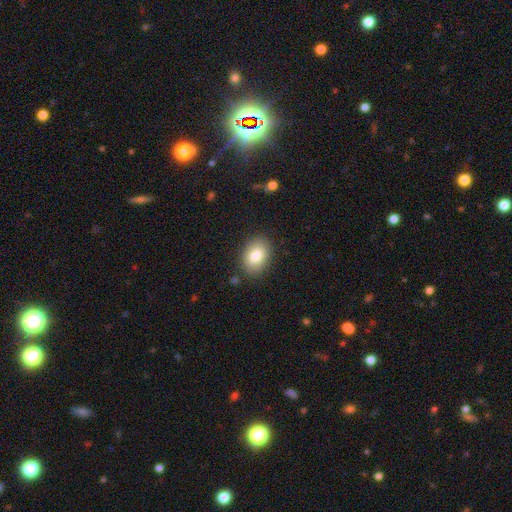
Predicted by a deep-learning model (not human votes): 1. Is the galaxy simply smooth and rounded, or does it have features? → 84% smooth, 9% featured or disk, 8% star or artifact.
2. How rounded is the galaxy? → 81% in between, 18% round, 1% cigar-shaped.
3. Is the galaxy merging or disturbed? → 85% none, 10% minor disturbance, 3% major disturbance, 2% merger.